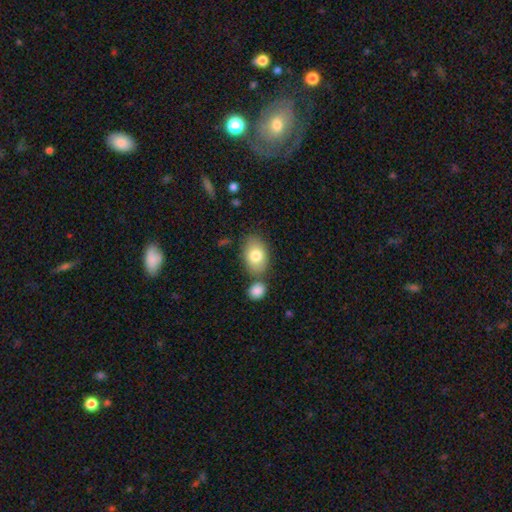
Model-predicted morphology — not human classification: Smooth or featured: smooth — 80% (featured or disk — 13%)
How rounded: in between — 87% (round — 12%)
Merging: none — 66% (merger — 17%)